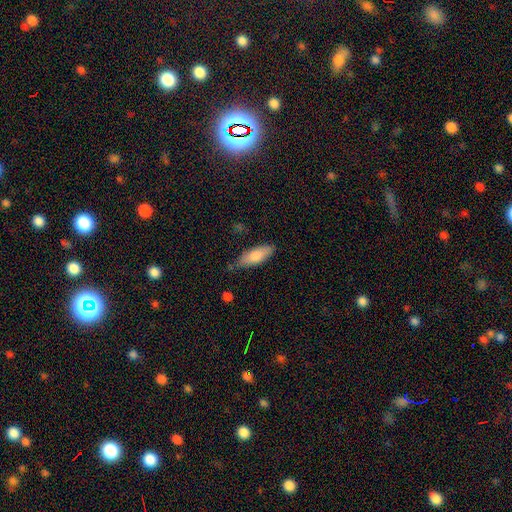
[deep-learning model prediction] Smooth or featured: smooth — 77% (featured or disk — 17%)
How rounded: in between — 64% (cigar-shaped — 34%)
Merging: none — 73% (minor disturbance — 21%)